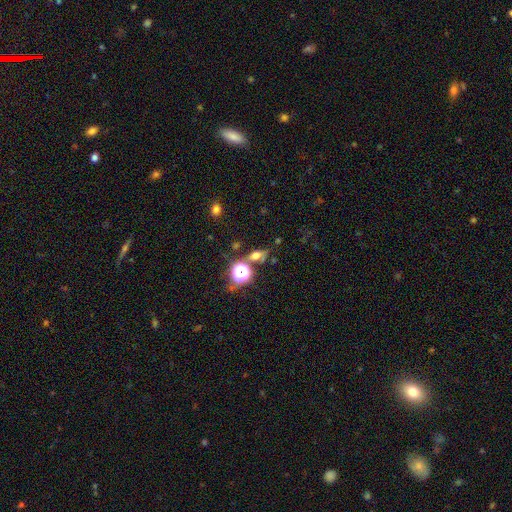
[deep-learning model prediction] Overall: smooth (53%; star or artifact 31%). How rounded: in between (62%; round 29%). Merging: none (69%).